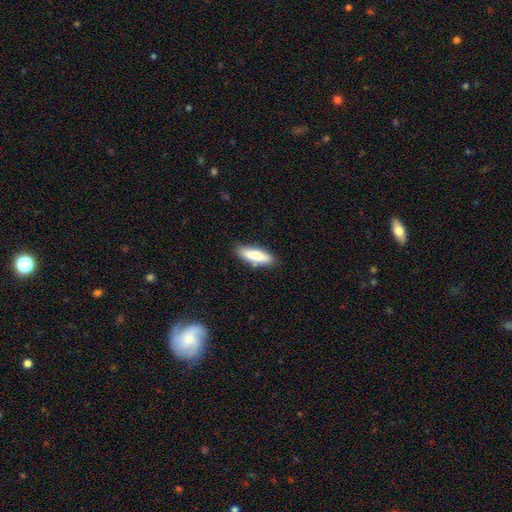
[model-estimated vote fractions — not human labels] Q: Smooth or featured?
A: smooth (76%); runner-up: featured or disk (18%)
Q: How rounded?
A: cigar-shaped (52%); runner-up: in between (46%)
Q: Merging?
A: none (84%); runner-up: minor disturbance (11%)